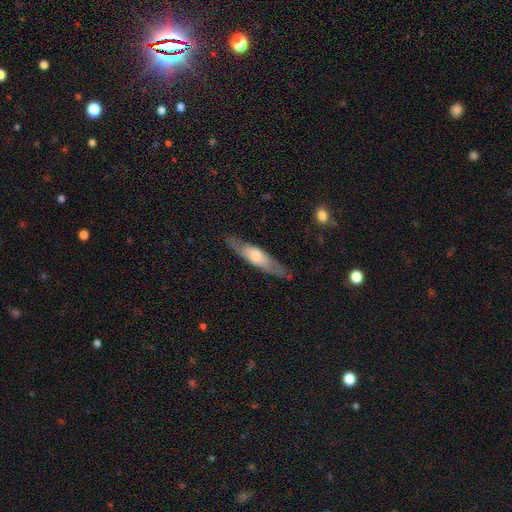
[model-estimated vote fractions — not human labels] Overall: featured or disk (48%; smooth 46%). Merging: none (81%).